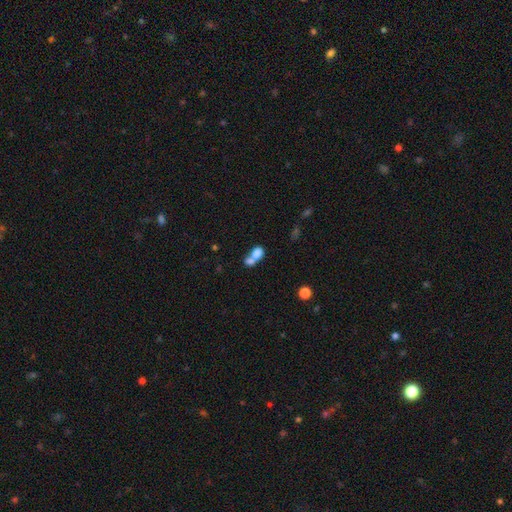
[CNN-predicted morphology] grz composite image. It shows a smooth galaxy with no disk features (76%) that is in between round and cigar-shaped (65%). Merging: merger (68%).